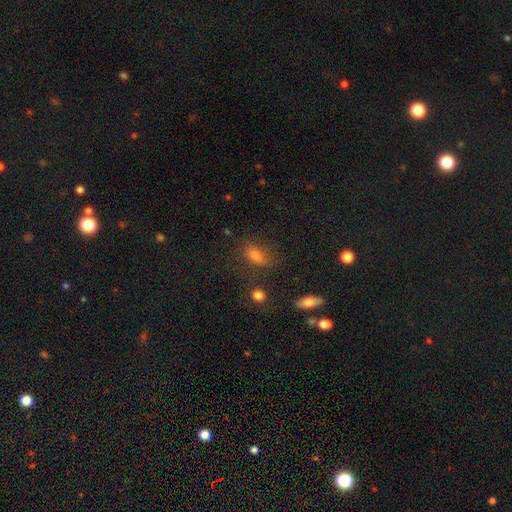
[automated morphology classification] smooth-or-featured: smooth: 70% | star or artifact: 16% | featured or disk: 14%
  how-rounded: in between: 74% | cigar-shaped: 14% | round: 12%
  merging: none: 66% | minor disturbance: 19% | major disturbance: 11% | merger: 4%